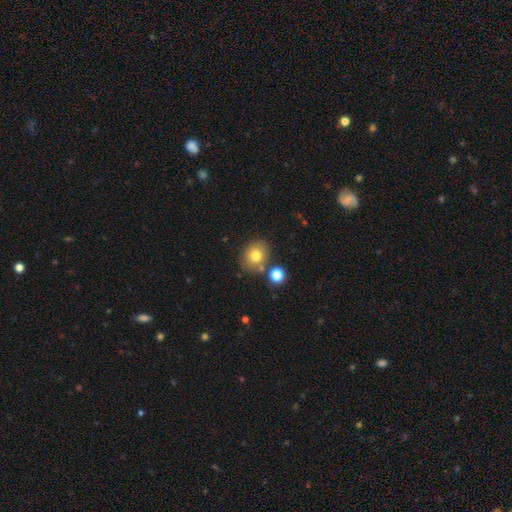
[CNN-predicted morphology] Smooth or featured? Predicted: smooth (p=0.77). How rounded? Predicted: round (p=0.66). Merging? Predicted: none (p=0.72).